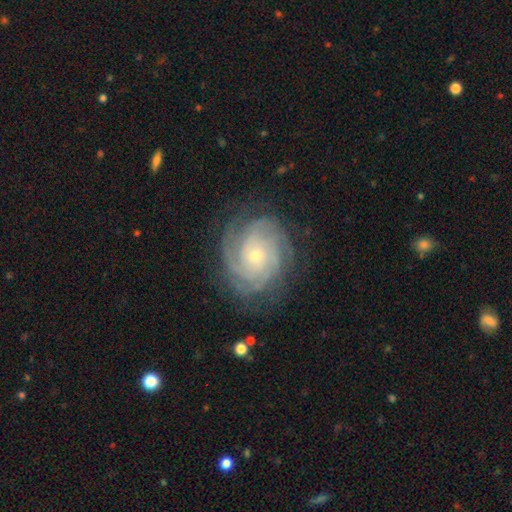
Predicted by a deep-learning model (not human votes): Smooth or featured: featured or disk — 87% (smooth — 8%)
Edge-on disk: no — 97% (yes — 3%)
Bar: no — 79% (weak — 17%)
Spiral arms: yes — 97% (no — 3%)
Spiral winding: tight — 75% (medium — 21%)
Spiral arm count: can't tell — 26% (4 — 25%)
Bulge size: small — 72% (moderate — 24%)
Merging: none — 77% (minor disturbance — 15%)